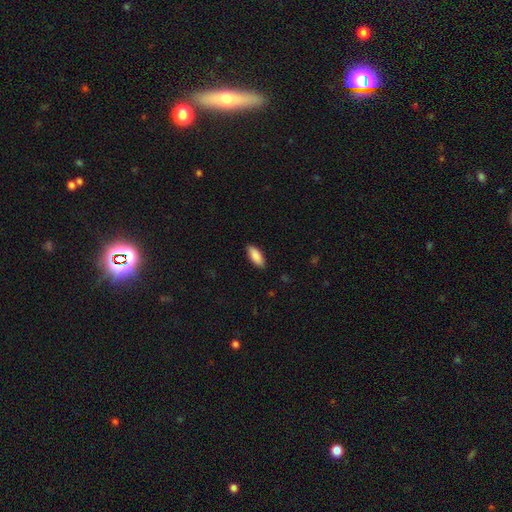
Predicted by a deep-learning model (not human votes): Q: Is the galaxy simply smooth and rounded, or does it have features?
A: smooth — 89%.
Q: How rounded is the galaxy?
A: in between — 80%.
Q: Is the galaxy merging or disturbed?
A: none — 87%.